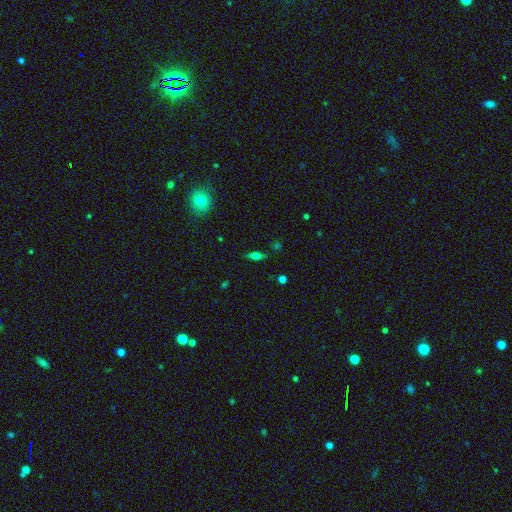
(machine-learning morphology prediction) smooth-or-featured: smooth: 55% | featured or disk: 31% | star or artifact: 14%
  how-rounded: in between: 67% | cigar-shaped: 26% | round: 7%
  merging: none: 80% | minor disturbance: 14% | major disturbance: 4% | merger: 3%